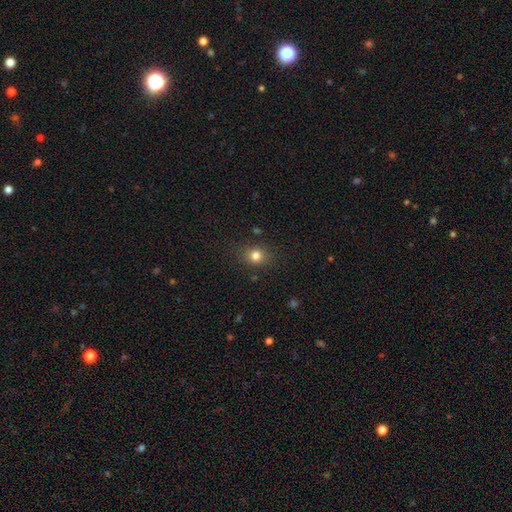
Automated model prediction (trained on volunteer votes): Q: Smooth or featured?
A: smooth (79%); runner-up: star or artifact (13%)
Q: How rounded?
A: round (68%); runner-up: in between (31%)
Q: Merging?
A: none (83%); runner-up: minor disturbance (11%)